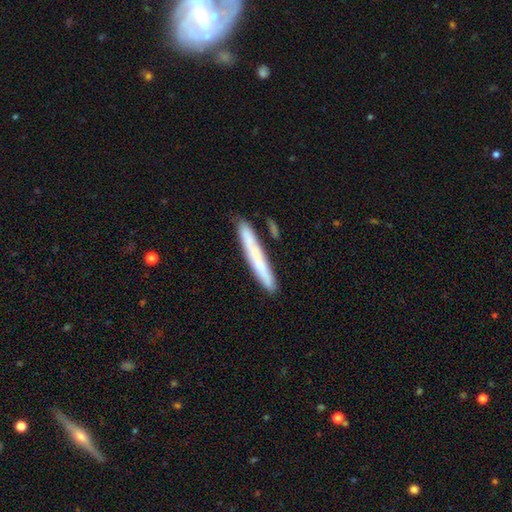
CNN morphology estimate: Smooth or featured?
  - smooth: 60% *
  - featured or disk: 34%
  - star or artifact: 7%
How rounded?
  - cigar-shaped: 95% *
  - in between: 4%
  - round: 1%
Merging?
  - none: 81% *
  - minor disturbance: 12%
  - merger: 5%
  - major disturbance: 2%